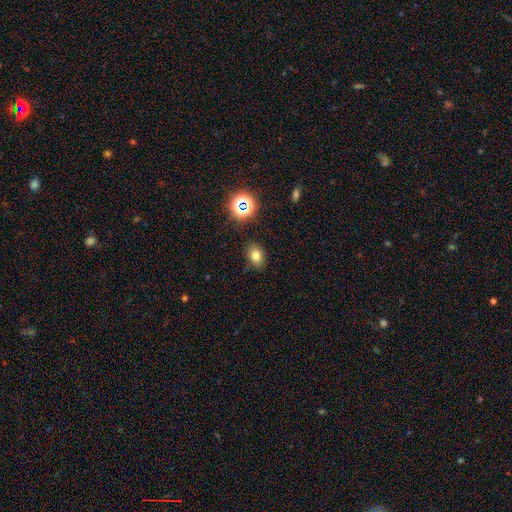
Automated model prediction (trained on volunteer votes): This is likely a smooth galaxy (74%). How rounded: likely in between (70%). Merging: clearly none (84%).